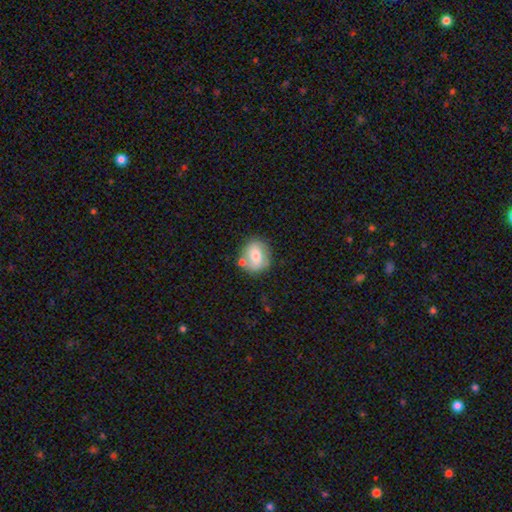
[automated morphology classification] type=smooth (67%); roundness=round (63%); merging=none (69%).